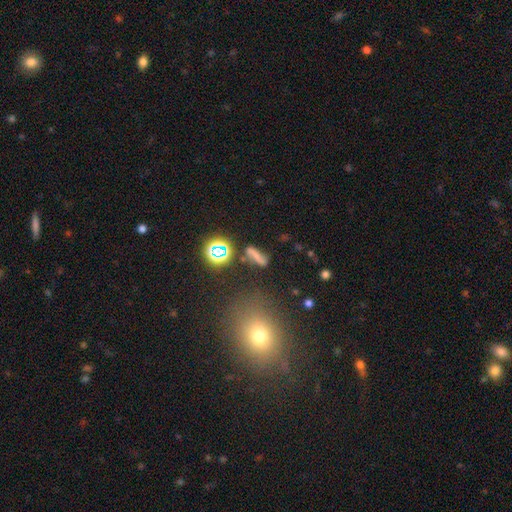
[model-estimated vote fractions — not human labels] smooth-or-featured: smooth: 50% | star or artifact: 25% | featured or disk: 25%
  how-rounded: cigar-shaped: 49% | in between: 39% | round: 12%
  merging: none: 63% | minor disturbance: 18% | major disturbance: 10% | merger: 9%